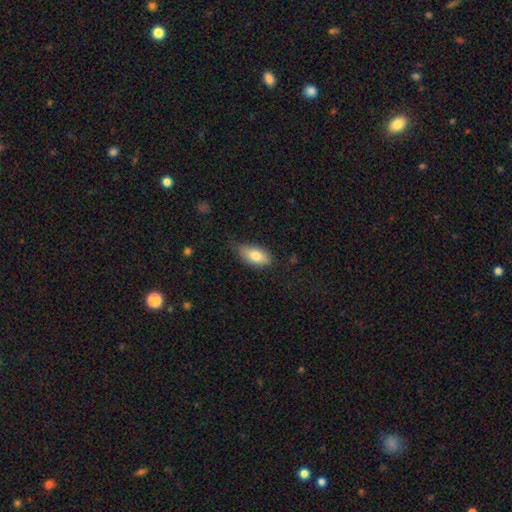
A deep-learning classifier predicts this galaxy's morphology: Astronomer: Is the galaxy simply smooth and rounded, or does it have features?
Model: smooth — 79%.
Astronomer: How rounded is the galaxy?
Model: in between — 89%.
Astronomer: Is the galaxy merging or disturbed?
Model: none — 67%.